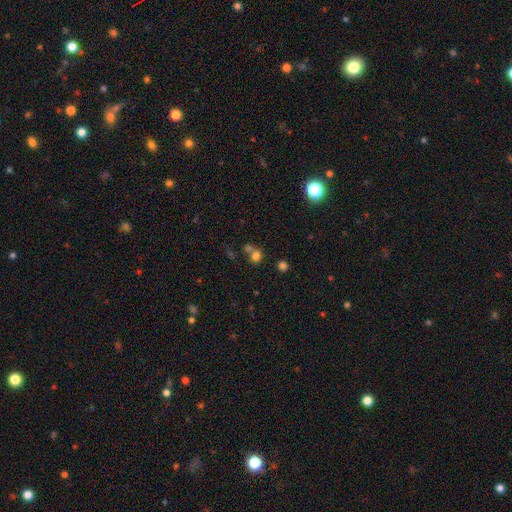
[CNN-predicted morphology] A smooth galaxy with no disk features (75%) that is round (82%).

Vote fractions:
- Smooth or featured? smooth: 75% / star or artifact: 17% / featured or disk: 9%
- How rounded? round: 82% / in between: 17% / cigar-shaped: 1%
- Merging? none: 52% / merger: 35% / minor disturbance: 8% / major disturbance: 4%